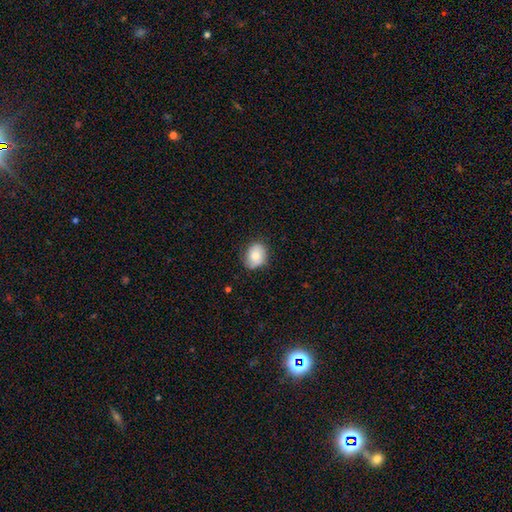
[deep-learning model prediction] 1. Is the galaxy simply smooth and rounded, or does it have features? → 79% smooth, 13% featured or disk, 8% star or artifact.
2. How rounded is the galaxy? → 50% in between, 49% round, 1% cigar-shaped.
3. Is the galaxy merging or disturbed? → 79% none, 17% minor disturbance, 3% major disturbance, 1% merger.